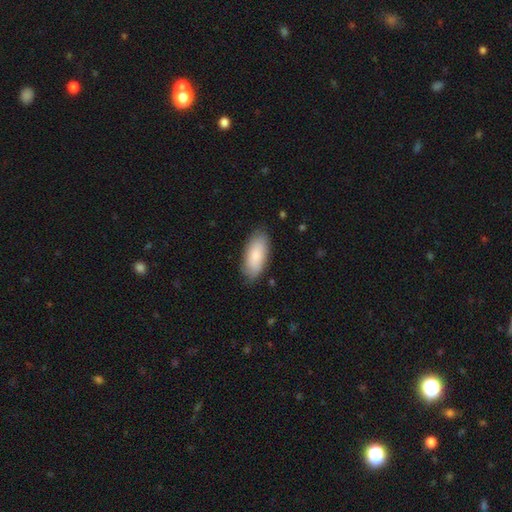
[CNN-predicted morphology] Smooth or featured? Predicted: smooth (p=0.82). How rounded? Predicted: in between (p=0.88). Merging? Predicted: none (p=0.82).